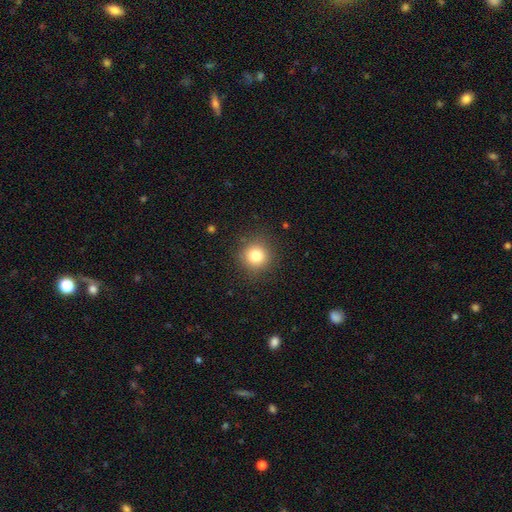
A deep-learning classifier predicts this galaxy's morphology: smooth-or-featured: smooth: 80% | star or artifact: 12% | featured or disk: 7%
  how-rounded: round: 92% | in between: 7% | cigar-shaped: 1%
  merging: none: 88% | minor disturbance: 8% | major disturbance: 3% | merger: 1%